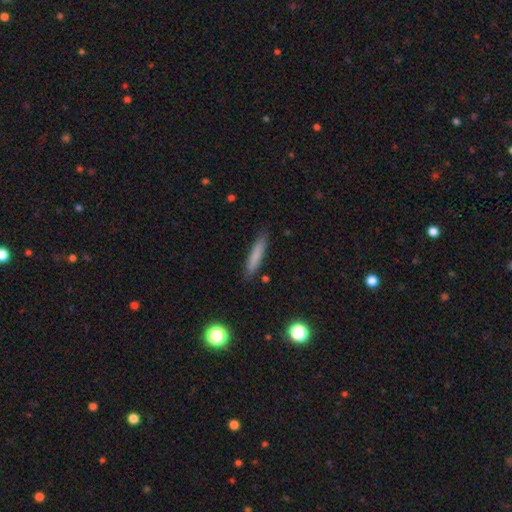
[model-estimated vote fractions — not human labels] A smooth galaxy with no disk features (79%) that is cigar-shaped (90%).

Vote fractions:
- Smooth or featured? smooth: 79% / featured or disk: 13% / star or artifact: 8%
- How rounded? cigar-shaped: 90% / in between: 9% / round: 1%
- Merging? none: 87% / minor disturbance: 10% / major disturbance: 2% / merger: 2%